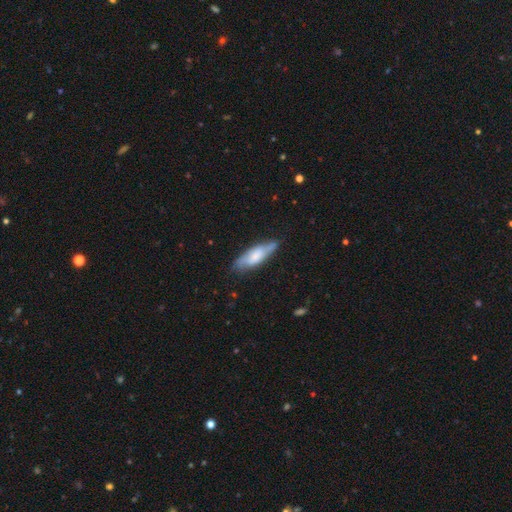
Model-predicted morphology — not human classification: Smooth or featured? Predicted: smooth (p=0.53). How rounded? Predicted: cigar-shaped (p=0.51). Merging? Predicted: none (p=0.73).